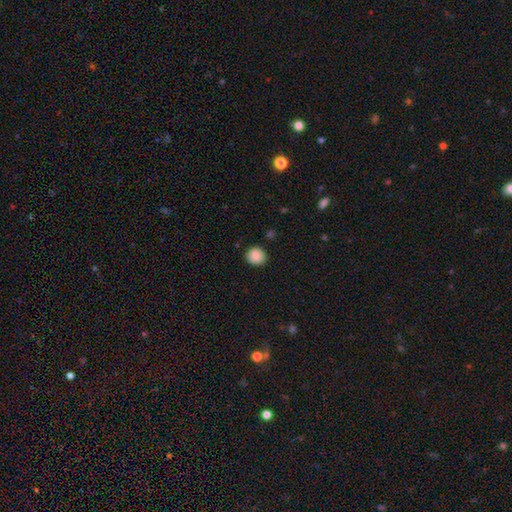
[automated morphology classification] Smooth or featured? smooth (87%)
How rounded? round (87%)
Merging? none (87%)